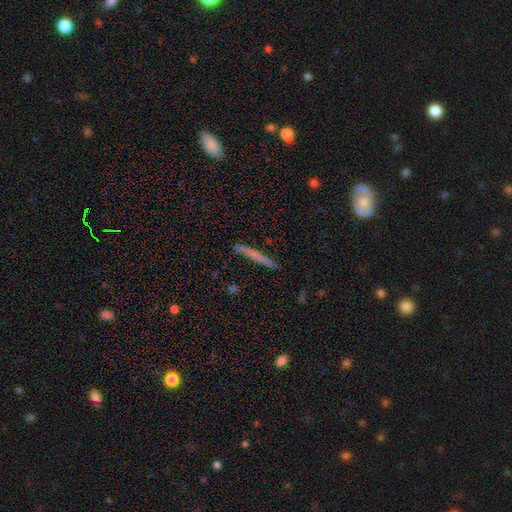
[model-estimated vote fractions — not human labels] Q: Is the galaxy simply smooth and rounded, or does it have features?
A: smooth — 54%.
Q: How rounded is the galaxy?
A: cigar-shaped — 96%.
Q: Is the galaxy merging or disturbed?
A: none — 87%.